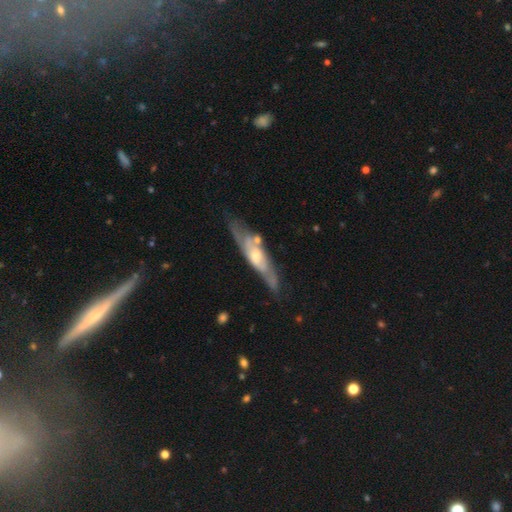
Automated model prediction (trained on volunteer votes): A featured or disk galaxy (66%).

Vote fractions:
- Smooth or featured? featured or disk: 66% / smooth: 29% / star or artifact: 5%
- Edge-on disk? no: 61% / yes: 39%
- Merging? none: 58% / minor disturbance: 22% / merger: 10% / major disturbance: 10%